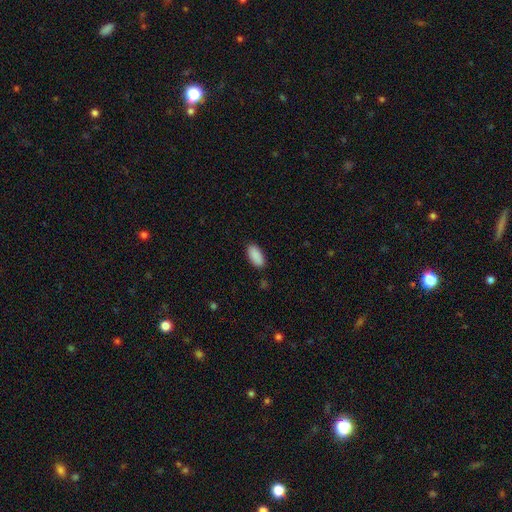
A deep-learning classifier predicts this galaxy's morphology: Overall: smooth (91%). How rounded: in between (91%). Merging: none (88%).